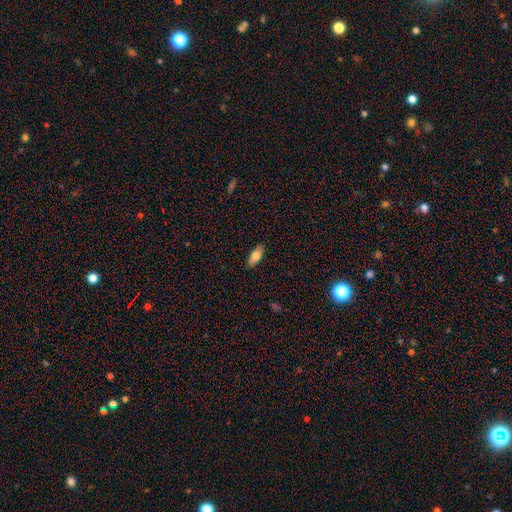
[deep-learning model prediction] Q: Smooth or featured?
A: smooth (76%); runner-up: featured or disk (17%)
Q: How rounded?
A: in between (80%); runner-up: cigar-shaped (18%)
Q: Merging?
A: none (88%); runner-up: minor disturbance (9%)